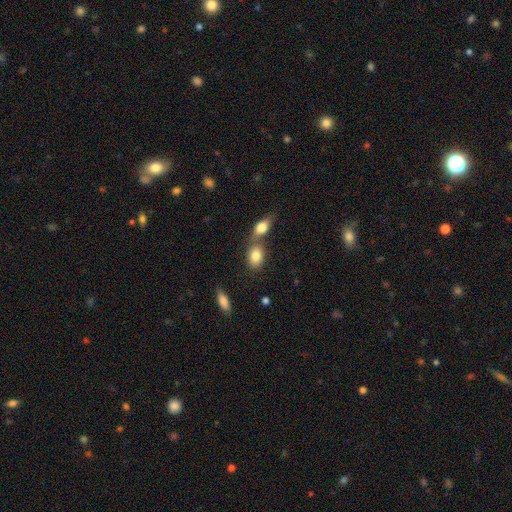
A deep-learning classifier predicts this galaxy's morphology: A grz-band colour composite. It shows a smooth galaxy with no disk features (83%) that is in between round and cigar-shaped (79%). Merging: merger (45%).